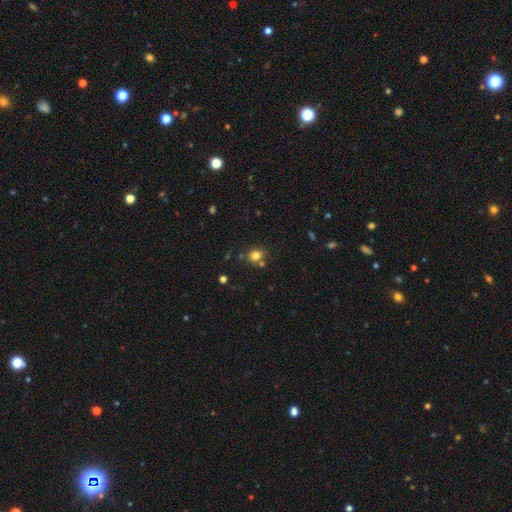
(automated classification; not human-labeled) Smooth or featured? Predicted: smooth (p=0.78). How rounded? Predicted: round (p=0.74). Merging? Predicted: none (p=0.71).